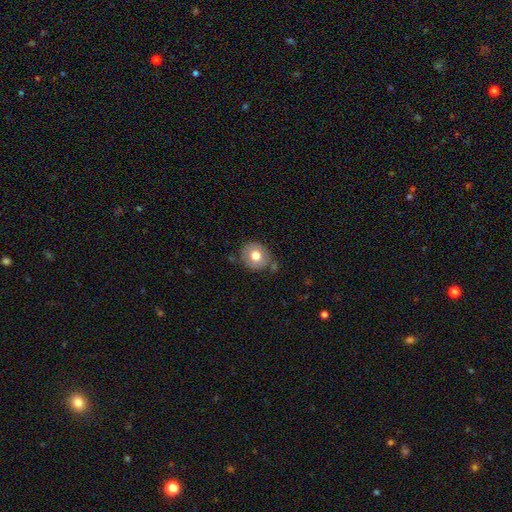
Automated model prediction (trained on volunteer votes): Smooth or featured? Predicted: smooth (p=0.73). How rounded? Predicted: round (p=0.82). Merging? Predicted: none (p=0.73).